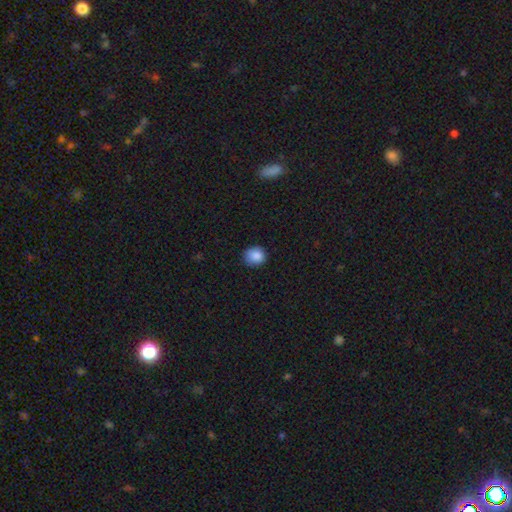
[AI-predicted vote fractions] Overall: smooth (87%). How rounded: round (80%). Merging: none (81%).